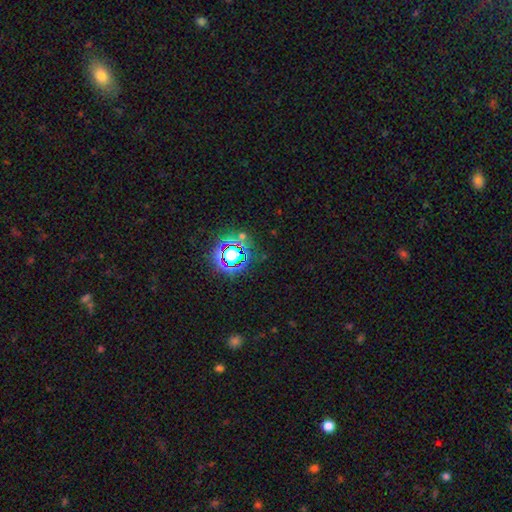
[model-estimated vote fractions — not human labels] star or artifact 75%, smooth 16%, featured or disk 9%.